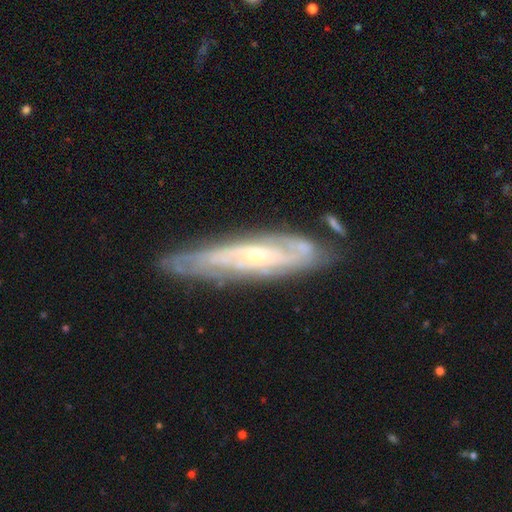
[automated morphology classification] Q: Smooth or featured?
A: featured or disk (78%); runner-up: smooth (16%)
Q: Edge-on disk?
A: no (63%); runner-up: yes (37%)
Q: Merging?
A: none (74%); runner-up: minor disturbance (18%)